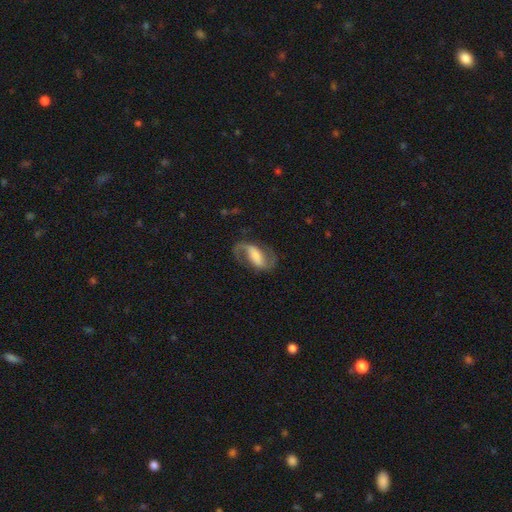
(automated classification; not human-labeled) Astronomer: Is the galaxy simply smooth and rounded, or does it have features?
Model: featured or disk — 81%.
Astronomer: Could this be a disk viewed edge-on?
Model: no — 96%.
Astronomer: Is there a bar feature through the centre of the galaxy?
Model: strong — 44% (runner-up: weak, 37%).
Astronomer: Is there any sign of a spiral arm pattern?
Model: yes — 95%.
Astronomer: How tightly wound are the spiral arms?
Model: loose — 50% (runner-up: medium, 40%).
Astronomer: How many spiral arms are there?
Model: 2 — 85%.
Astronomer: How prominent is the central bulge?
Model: large — 26% (runner-up: moderate, 24%).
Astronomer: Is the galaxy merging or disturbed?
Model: none — 68%.